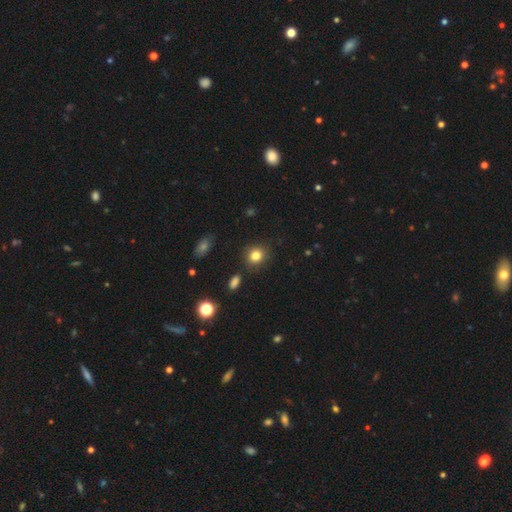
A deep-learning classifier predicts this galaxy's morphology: The model was most divided on "how rounded": round: 77%, in between: 22%, cigar-shaped: 1%. More confident: merging — none (85%); smooth or featured — smooth (83%).